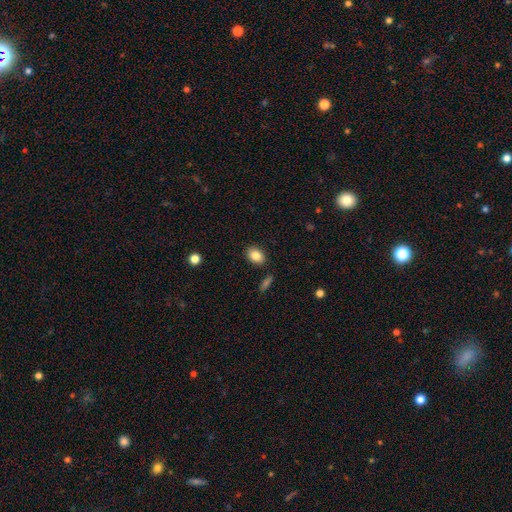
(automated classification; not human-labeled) smooth 85%, star or artifact 8%, featured or disk 7%. Down the decision tree: how rounded — in between (74%); merging — none (86%).